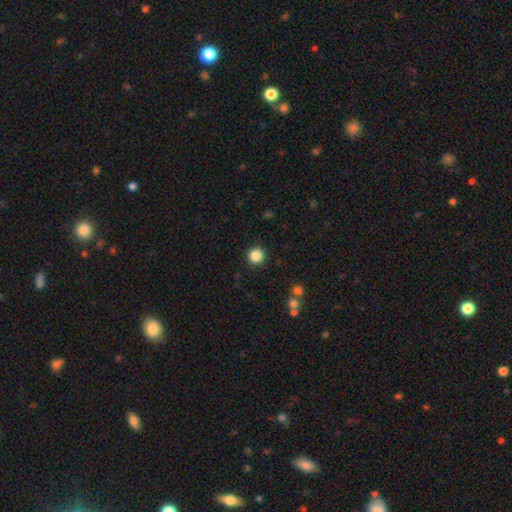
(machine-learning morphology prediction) Overall: smooth (86%). How rounded: round (95%). Merging: none (92%).